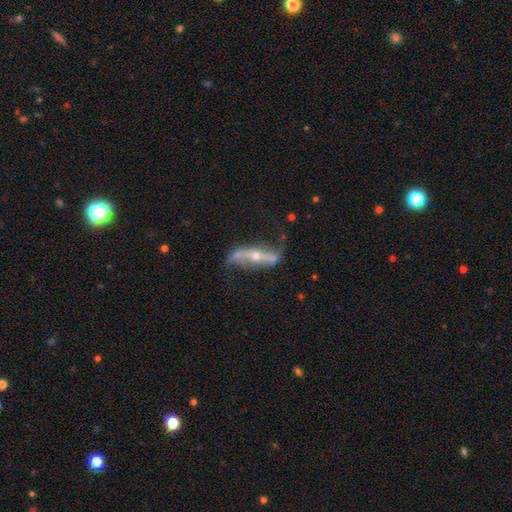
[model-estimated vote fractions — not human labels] This is clearly a featured or disk galaxy (85%). It is likely not viewed edge-on (71%). Bar: possibly strong (57%). Spiral arm pattern: clearly yes (87%). Spiral arm count: clearly 2 (91%). Spiral winding: clearly loose (80%). Central bulge: possibly small (55%). Merging: likely none (62%).